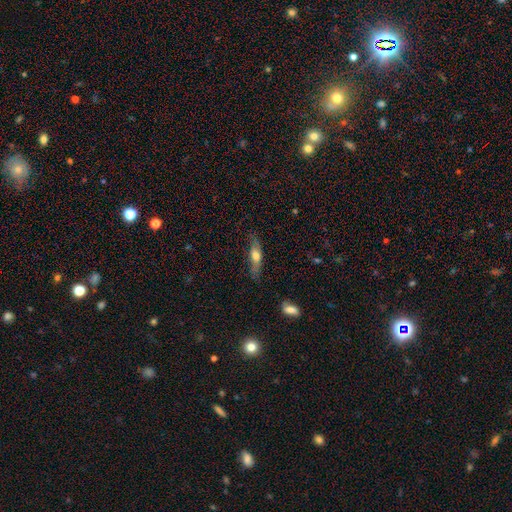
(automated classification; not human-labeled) smooth_or_featured: smooth (p=0.54) [alt: featured or disk p=0.39]
how_rounded: cigar-shaped (p=0.62) [alt: in between p=0.36]
merging: none (p=0.72) [alt: minor disturbance p=0.21]